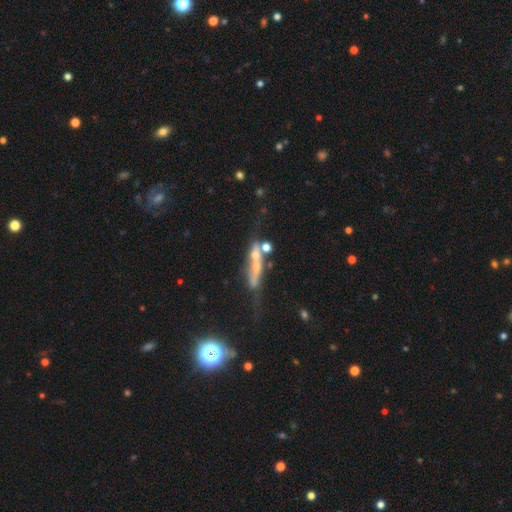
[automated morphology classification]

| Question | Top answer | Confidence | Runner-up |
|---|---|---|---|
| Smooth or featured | featured or disk | 58% | smooth (29%) |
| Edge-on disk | yes | 65% | no (35%) |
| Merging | none | 34% | merger (28%) |